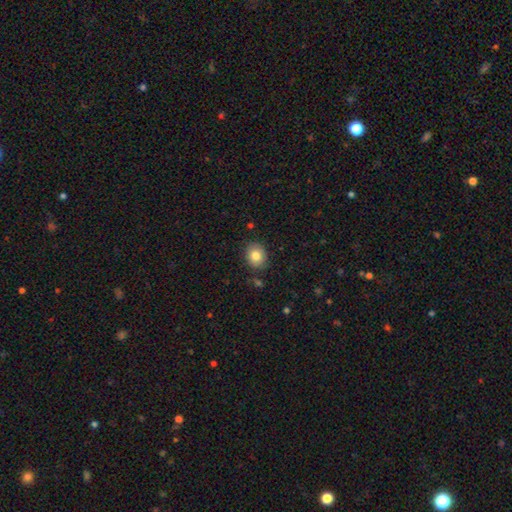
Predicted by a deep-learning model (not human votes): smooth-or-featured: smooth: 82% | star or artifact: 9% | featured or disk: 8%
  how-rounded: round: 62% | in between: 37% | cigar-shaped: 1%
  merging: none: 86% | minor disturbance: 10% | major disturbance: 2% | merger: 2%